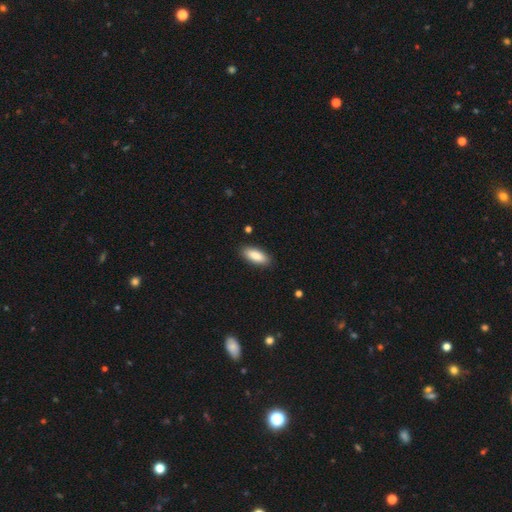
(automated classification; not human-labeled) Smooth or featured? Predicted: smooth (p=0.87). How rounded? Predicted: in between (p=0.78). Merging? Predicted: none (p=0.88).